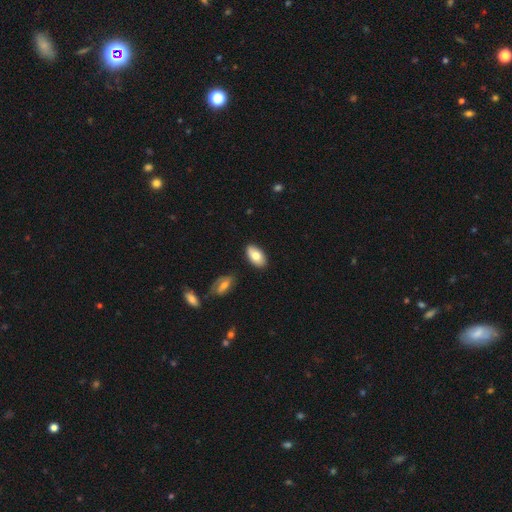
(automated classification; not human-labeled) Smooth or featured: smooth — 76% (featured or disk — 18%)
How rounded: in between — 94% (round — 3%)
Merging: none — 84% (minor disturbance — 11%)